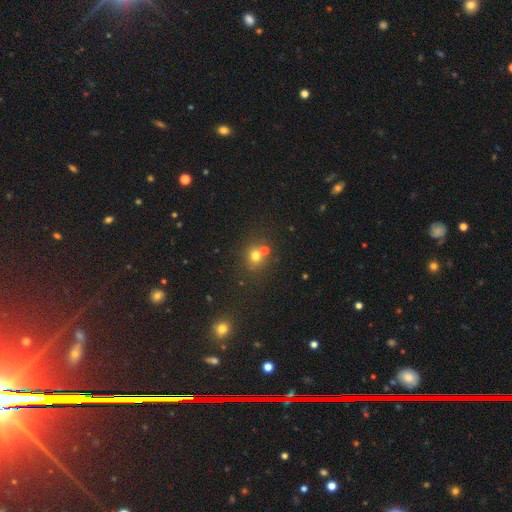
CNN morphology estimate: This appears to be a smooth galaxy with no disk features (68%) that is round (81%). Merging: none (60%).